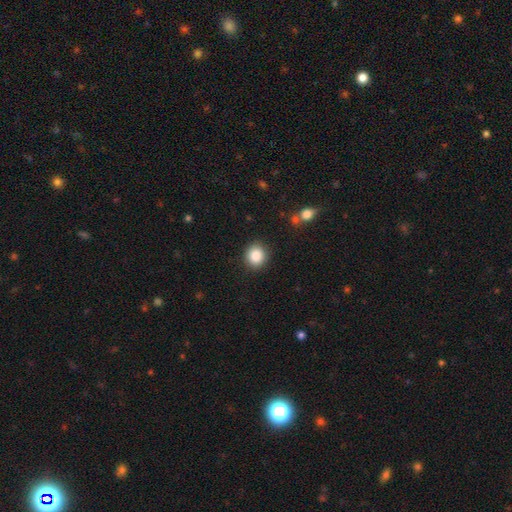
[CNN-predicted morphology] This is clearly a smooth galaxy (87%). How rounded: clearly round (85%). Merging: clearly none (89%).